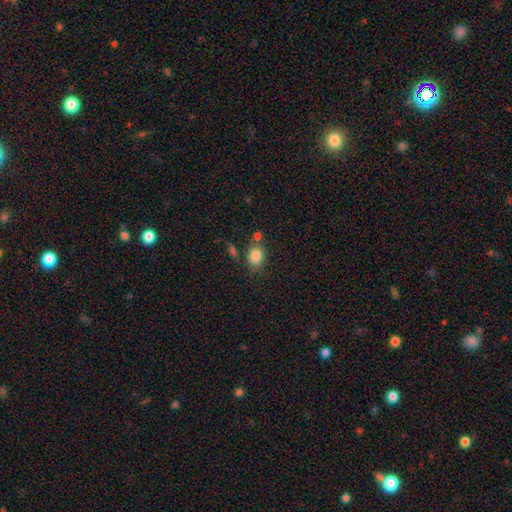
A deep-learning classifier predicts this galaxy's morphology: A smooth galaxy with no disk features (84%) that is in between round and cigar-shaped (58%). Merging: none (65%).